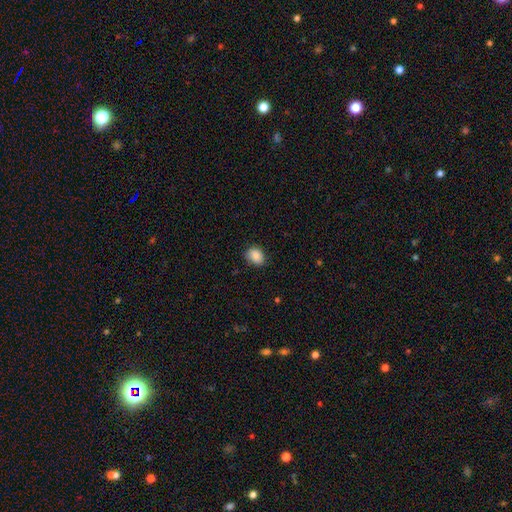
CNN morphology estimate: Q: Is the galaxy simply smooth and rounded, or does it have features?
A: smooth — 88%.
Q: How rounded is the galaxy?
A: in between — 58%.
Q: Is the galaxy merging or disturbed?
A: none — 80%.